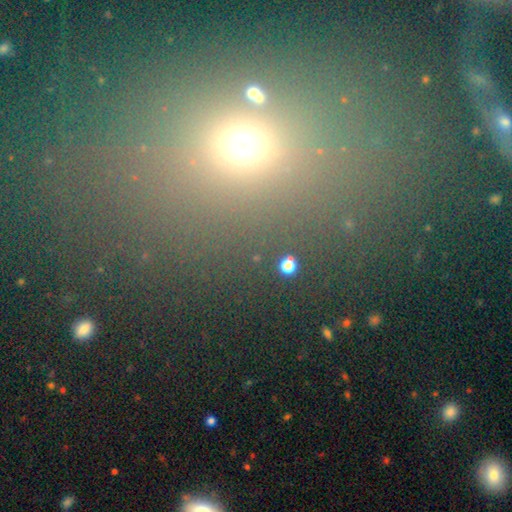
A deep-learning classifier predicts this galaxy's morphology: Smooth or featured?
  - star or artifact: 47% *
  - smooth: 43%
  - featured or disk: 10%